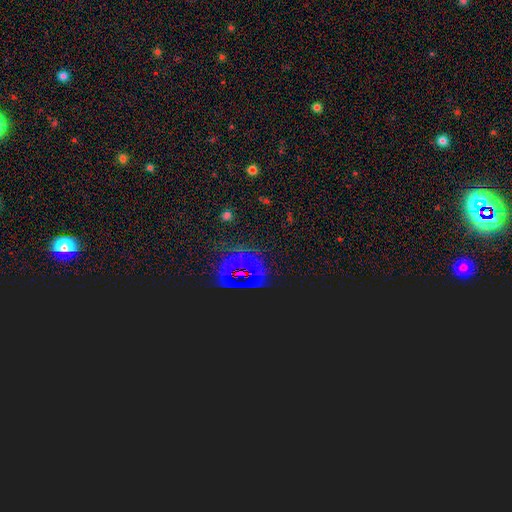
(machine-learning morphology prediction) This is likely a star or artifact rather than a galaxy (74%).